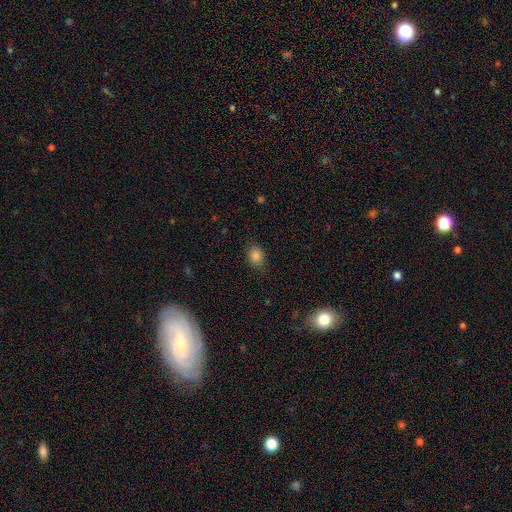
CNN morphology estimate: This is clearly a smooth galaxy (84%). How rounded: likely in between (62%). Merging: clearly none (82%).